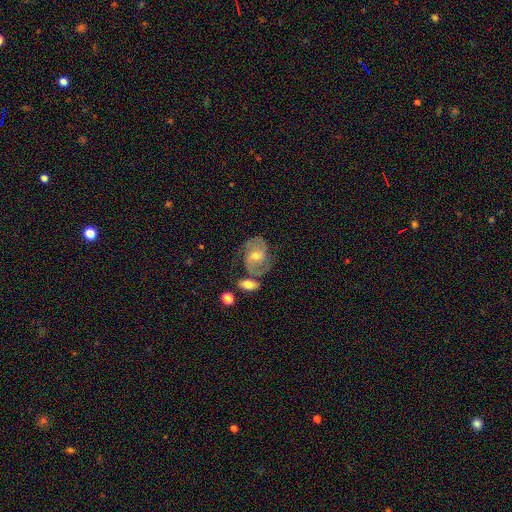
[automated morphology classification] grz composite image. It shows a featured or disk galaxy (82%) with no bar (46%), 2 (88%) medium (55%) spiral arms (95%) and a moderate central bulge (58%). Merging: none (62%).